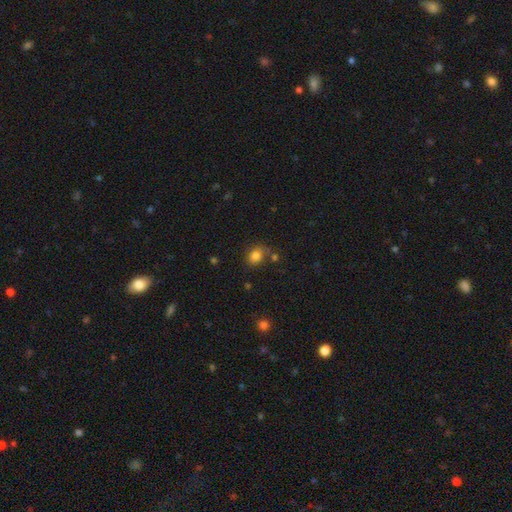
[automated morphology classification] The model was most divided on "how rounded": round: 59%, in between: 40%, cigar-shaped: 1%. More confident: smooth or featured — smooth (81%); merging — none (66%).